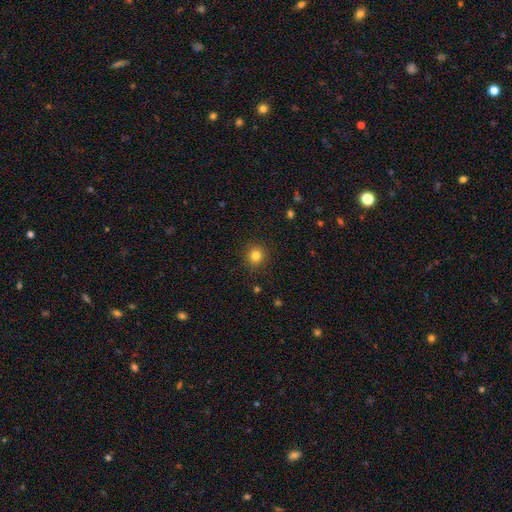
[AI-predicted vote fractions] Morphology: type=smooth (82%); roundness=round (90%); merging=none (91%).